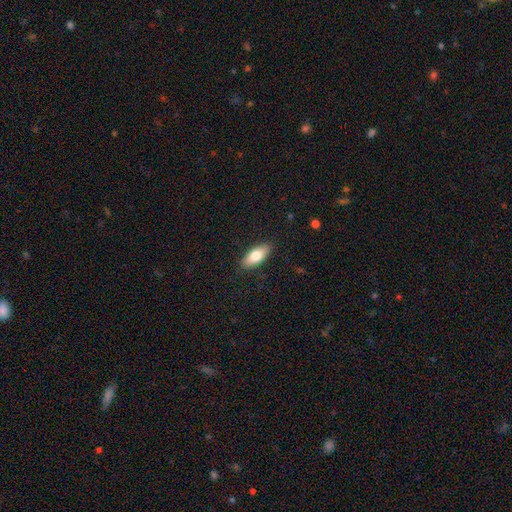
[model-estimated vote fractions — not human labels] Smooth or featured? smooth (77%)
How rounded? in between (83%)
Merging? none (88%)